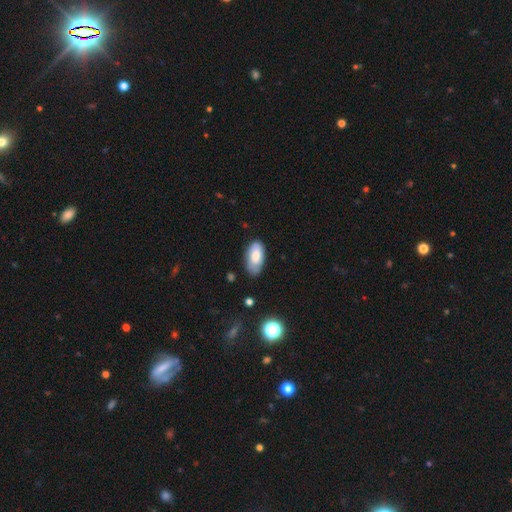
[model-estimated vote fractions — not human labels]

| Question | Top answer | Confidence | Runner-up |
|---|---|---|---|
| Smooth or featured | smooth | 71% | featured or disk (22%) |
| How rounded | in between | 93% | cigar-shaped (4%) |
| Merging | none | 68% | minor disturbance (25%) |